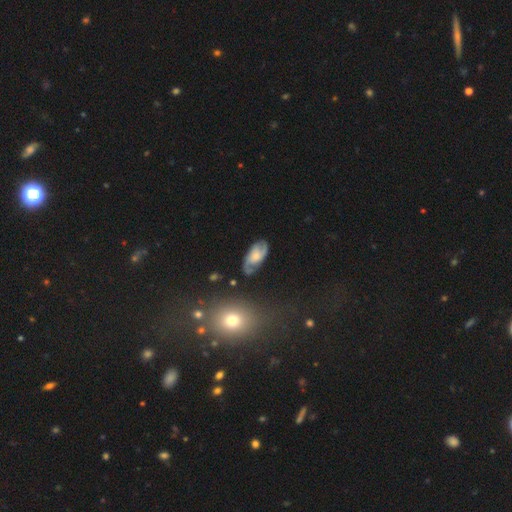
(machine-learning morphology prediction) smooth_or_featured: featured or disk (p=0.71) [alt: smooth p=0.23]
disk_edge_on: no (p=0.95) [alt: yes p=0.05]
bar: no (p=0.62) [alt: weak p=0.33]
has_spiral_arms: yes (p=0.93) [alt: no p=0.07]
spiral_winding: medium (p=0.44) [alt: tight p=0.37]
spiral_arm_count: 2 (p=0.75) [alt: can't tell p=0.13]
bulge_size: small (p=0.48) [alt: moderate p=0.37]
merging: none (p=0.74) [alt: minor disturbance p=0.18]